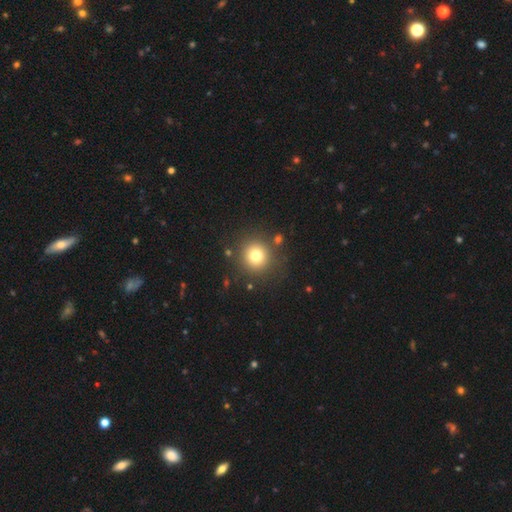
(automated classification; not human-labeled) Smooth or featured? Predicted: smooth (p=0.77). How rounded? Predicted: round (p=0.93). Merging? Predicted: none (p=0.86).